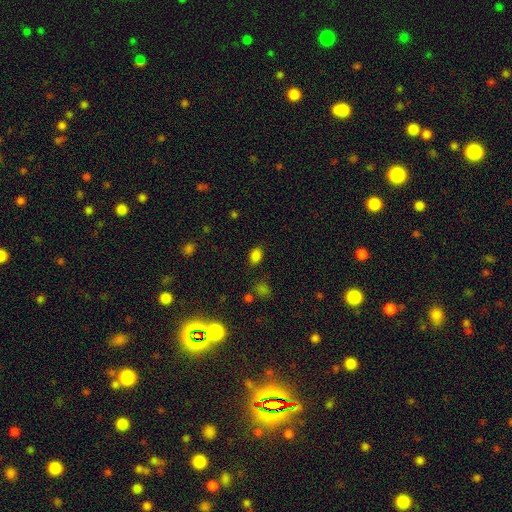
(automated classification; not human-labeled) The model was most divided on "how rounded": in between: 80%, round: 19%, cigar-shaped: 1%. More confident: merging — none (81%); smooth or featured — smooth (80%).